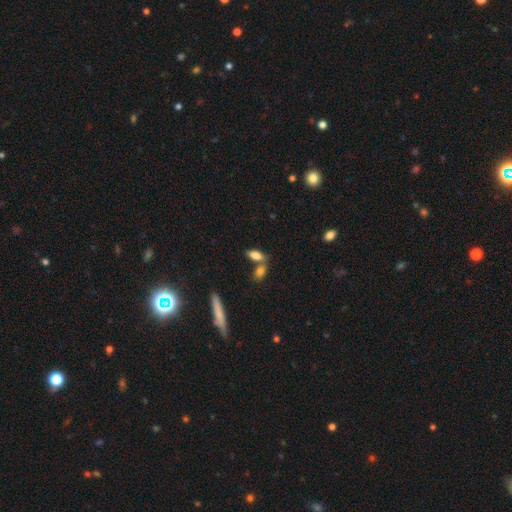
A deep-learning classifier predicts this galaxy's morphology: smooth-or-featured: smooth: 77% | featured or disk: 15% | star or artifact: 8%
  how-rounded: in between: 73% | cigar-shaped: 24% | round: 4%
  merging: none: 53% | merger: 32% | minor disturbance: 11% | major disturbance: 4%